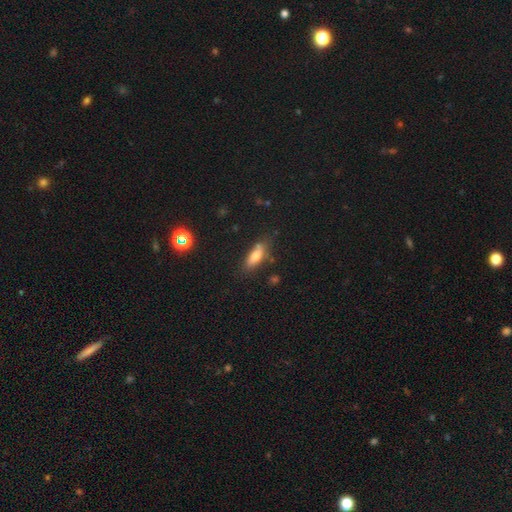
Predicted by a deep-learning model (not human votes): A smooth galaxy with no disk features (74%) that is in between round and cigar-shaped (68%). Merging: none (69%).